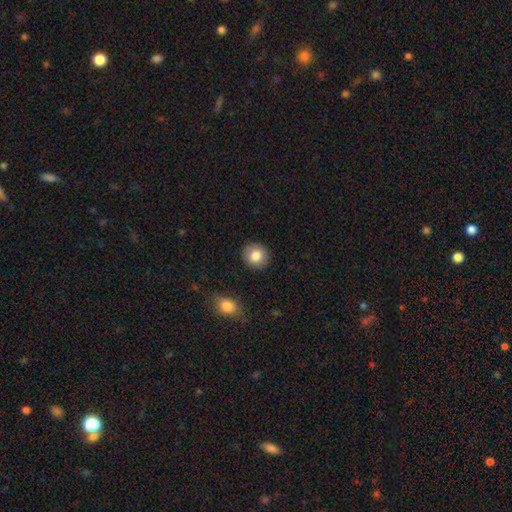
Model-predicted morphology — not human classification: Smooth or featured? smooth (84%)
How rounded? round (89%)
Merging? none (90%)